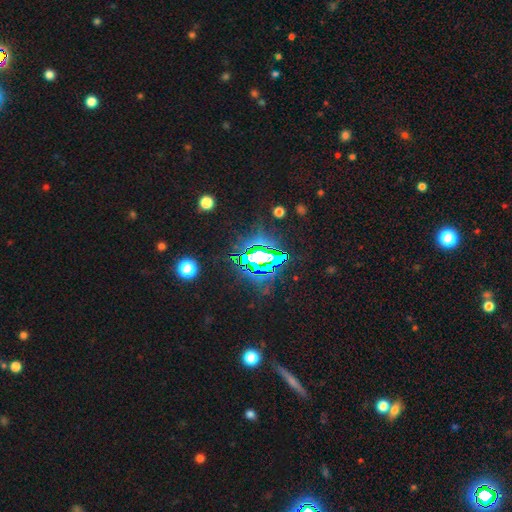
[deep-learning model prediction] Q: Smooth or featured?
A: star or artifact (76%); runner-up: smooth (12%)